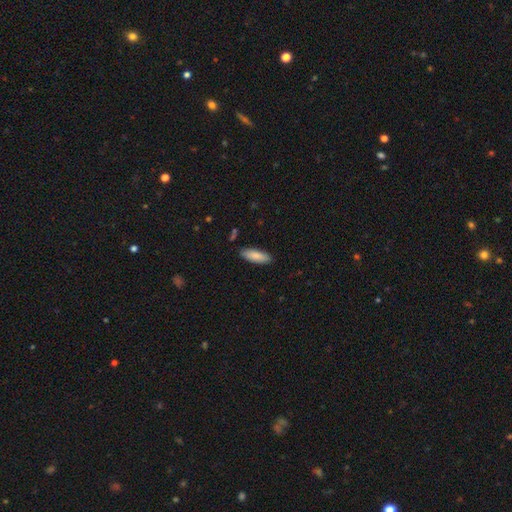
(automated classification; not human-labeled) Smooth or featured: smooth — 86% (featured or disk — 8%)
How rounded: in between — 60% (cigar-shaped — 39%)
Merging: none — 87% (minor disturbance — 10%)